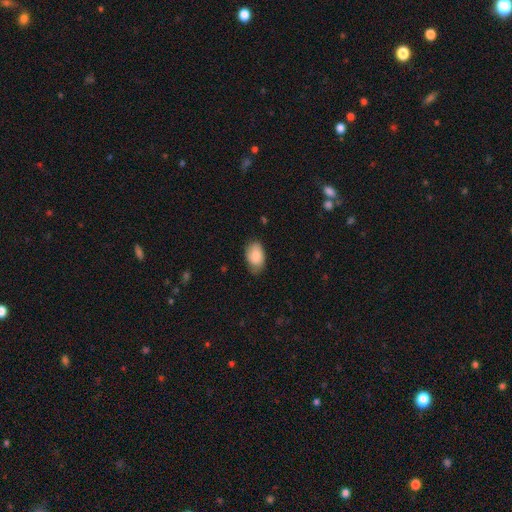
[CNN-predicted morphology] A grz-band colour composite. It shows a smooth galaxy with no disk features (86%) that is in between round and cigar-shaped (92%). Merging: none (72%).